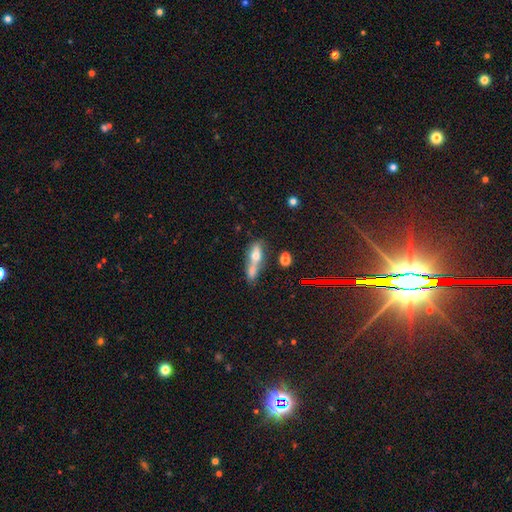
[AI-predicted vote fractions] A smooth galaxy with no disk features (55%) that is in between round and cigar-shaped (51%).

Vote fractions:
- Smooth or featured? smooth: 55% / featured or disk: 32% / star or artifact: 12%
- How rounded? in between: 51% / cigar-shaped: 40% / round: 9%
- Merging? merger: 50% / none: 31% / minor disturbance: 12% / major disturbance: 7%